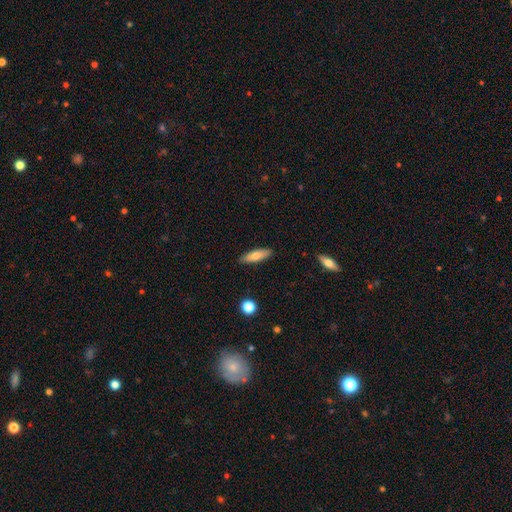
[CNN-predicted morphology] A smooth galaxy with no disk features (73%) that is cigar-shaped (56%). Merging: none (88%).